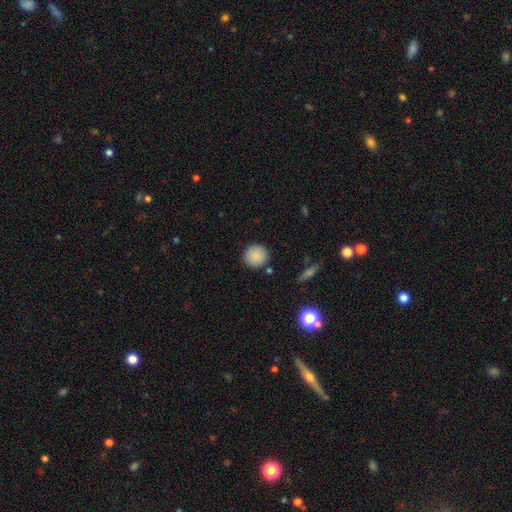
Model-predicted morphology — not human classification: Smooth or featured?
  - smooth: 88% *
  - star or artifact: 8%
  - featured or disk: 4%
How rounded?
  - round: 93% *
  - in between: 6%
  - cigar-shaped: 1%
Merging?
  - none: 88% *
  - minor disturbance: 7%
  - merger: 3%
  - major disturbance: 2%